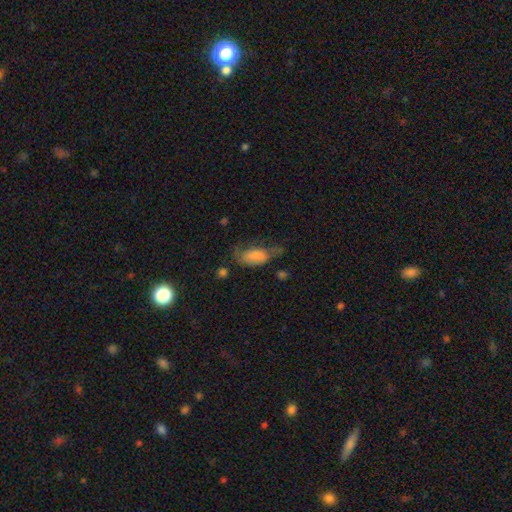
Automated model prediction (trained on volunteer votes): Morphology: type=smooth (71%); roundness=in between (89%); merging=major disturbance (36%).